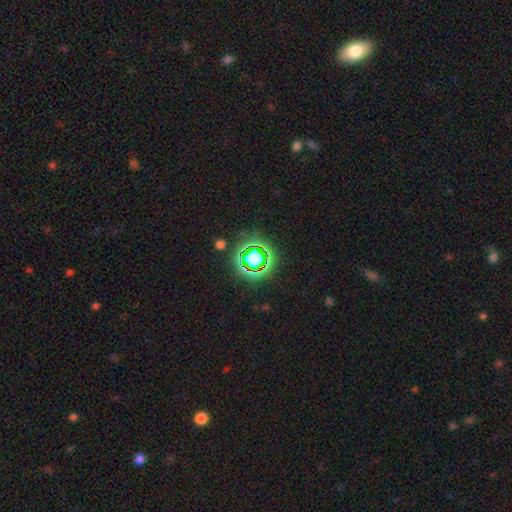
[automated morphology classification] Smooth or featured: star or artifact — 77% (smooth — 16%)